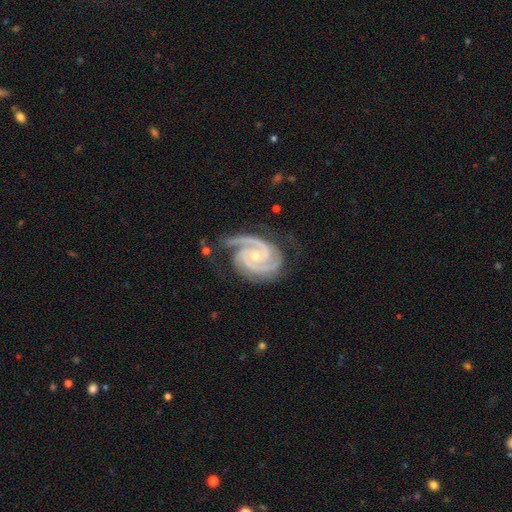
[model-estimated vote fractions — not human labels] Smooth or featured?
  - featured or disk: 94% *
  - star or artifact: 4%
  - smooth: 2%
Edge-on disk?
  - no: 98% *
  - yes: 2%
Bar?
  - no: 60% *
  - weak: 29%
  - strong: 12%
Spiral arms?
  - yes: 99% *
  - no: 1%
Spiral winding?
  - tight: 65% *
  - medium: 32%
  - loose: 3%
Spiral arm count?
  - 2: 62% *
  - 3: 28%
  - can't tell: 3%
  - 4: 3%
  - 1: 2%
  - more than 4: 2%
Bulge size?
  - small: 56% *
  - moderate: 41%
  - none: 1%
  - large: 1%
  - dominant: 1%
Merging?
  - none: 69% *
  - minor disturbance: 21%
  - major disturbance: 8%
  - merger: 2%